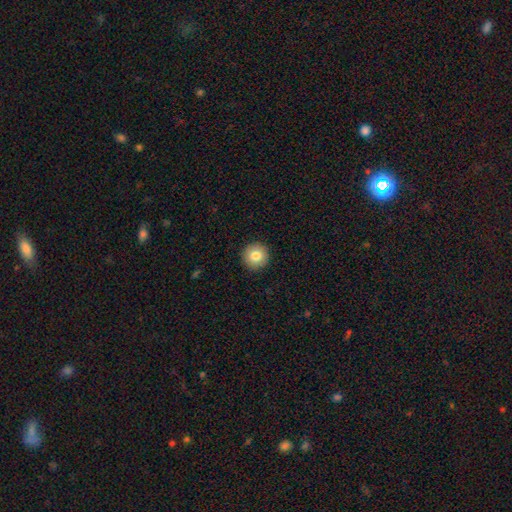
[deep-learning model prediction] smooth_or_featured: smooth (p=0.82) [alt: star or artifact p=0.09]
how_rounded: round (p=0.96) [alt: in between p=0.03]
merging: none (p=0.93) [alt: minor disturbance p=0.04]